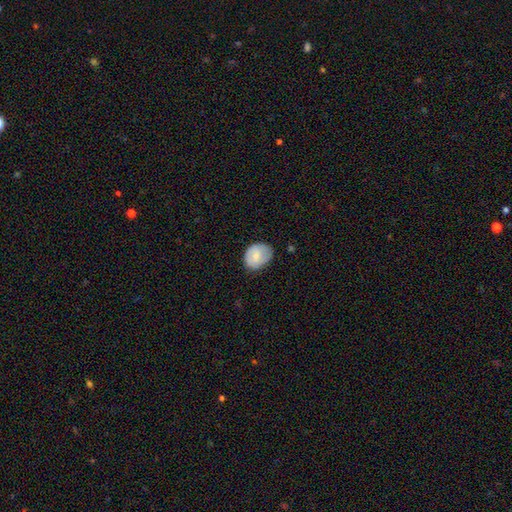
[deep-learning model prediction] The model was most divided on "how rounded": in between: 60%, round: 39%, cigar-shaped: 1%. More confident: smooth or featured — smooth (70%); merging — none (63%).